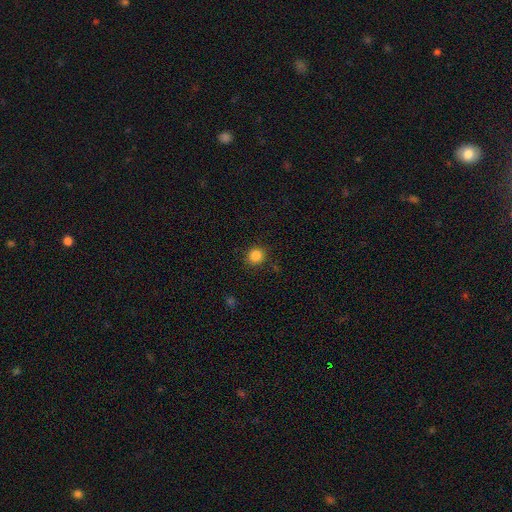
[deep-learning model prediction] A smooth galaxy with no disk features (85%) that is round (88%).

Vote fractions:
- Smooth or featured? smooth: 85% / star or artifact: 11% / featured or disk: 3%
- How rounded? round: 88% / in between: 11% / cigar-shaped: 1%
- Merging? none: 88% / minor disturbance: 8% / major disturbance: 3% / merger: 1%